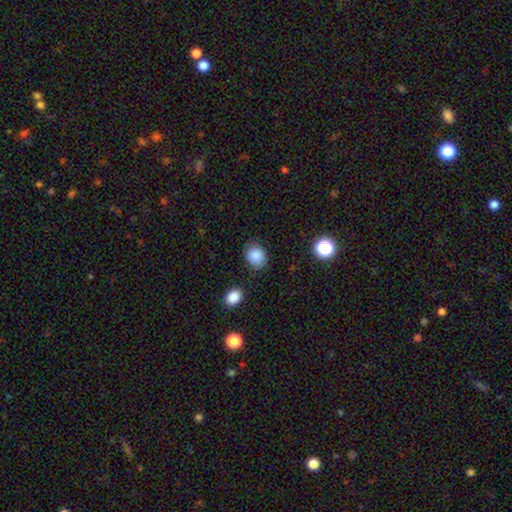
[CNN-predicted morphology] smooth-or-featured: smooth: 87% | star or artifact: 9% | featured or disk: 4%
  how-rounded: round: 67% | in between: 33% | cigar-shaped: 1%
  merging: none: 78% | minor disturbance: 15% | major disturbance: 4% | merger: 3%